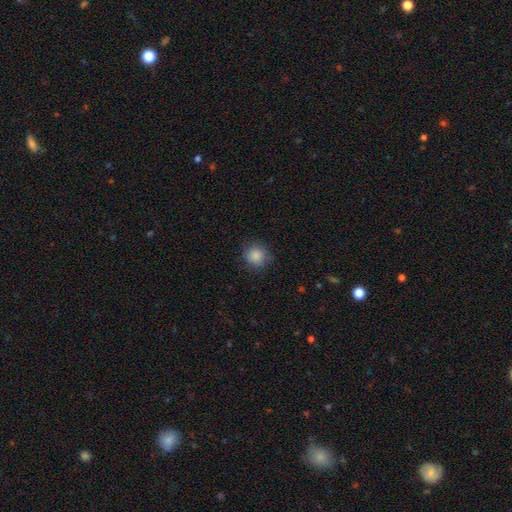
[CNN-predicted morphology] Q: Smooth or featured?
A: smooth (87%); runner-up: star or artifact (10%)
Q: How rounded?
A: round (92%); runner-up: in between (7%)
Q: Merging?
A: none (86%); runner-up: minor disturbance (10%)